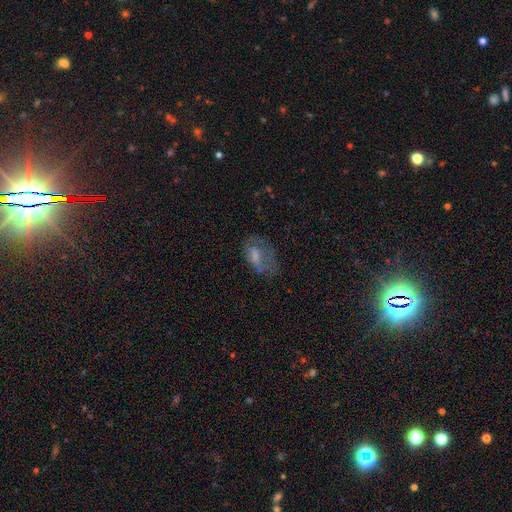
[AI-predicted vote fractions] Smooth or featured: smooth — 53% (featured or disk — 35%)
How rounded: in between — 85% (round — 10%)
Merging: none — 36% (major disturbance — 35%)